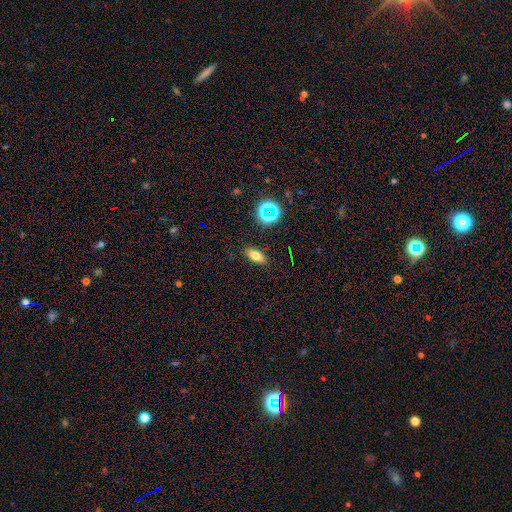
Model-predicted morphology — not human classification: Smooth or featured?
  - smooth: 71% *
  - star or artifact: 15%
  - featured or disk: 14%
How rounded?
  - in between: 77% *
  - cigar-shaped: 16%
  - round: 7%
Merging?
  - none: 88% *
  - minor disturbance: 9%
  - major disturbance: 2%
  - merger: 1%